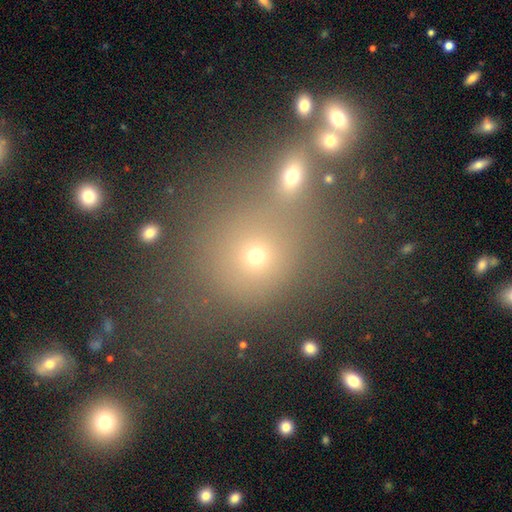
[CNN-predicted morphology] Smooth or featured? Predicted: smooth (p=0.51). How rounded? Predicted: round (p=0.83). Merging? Predicted: none (p=0.67).